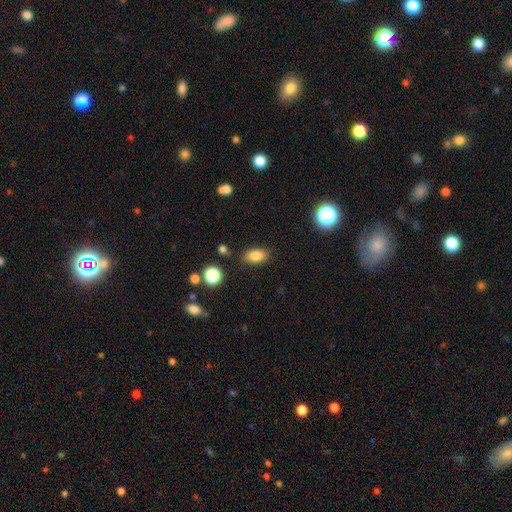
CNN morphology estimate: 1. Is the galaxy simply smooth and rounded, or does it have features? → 83% smooth, 10% star or artifact, 7% featured or disk.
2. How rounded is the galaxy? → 87% in between, 10% round, 3% cigar-shaped.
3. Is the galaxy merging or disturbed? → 83% none, 11% minor disturbance, 3% major disturbance, 3% merger.